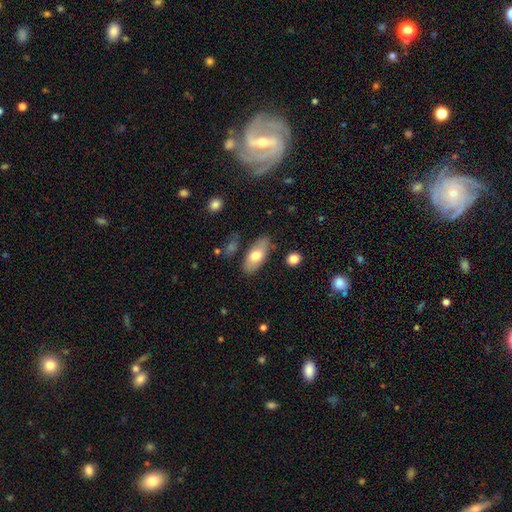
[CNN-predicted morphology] This is likely a smooth galaxy (69%). How rounded: clearly in between (86%). Merging: clearly none (81%).